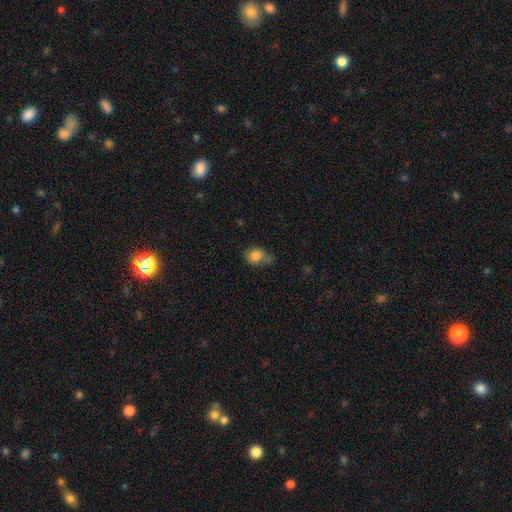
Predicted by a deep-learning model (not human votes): This is clearly a smooth galaxy (82%). How rounded: possibly in between (54%). Merging: marginally none (37%).